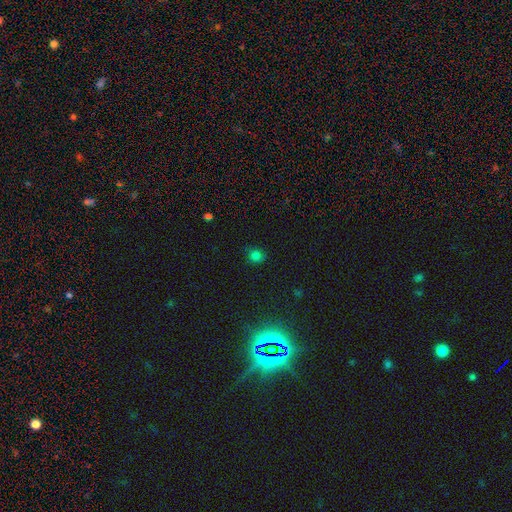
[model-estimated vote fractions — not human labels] This is likely a smooth galaxy (74%). How rounded: clearly round (80%). Merging: likely none (77%).